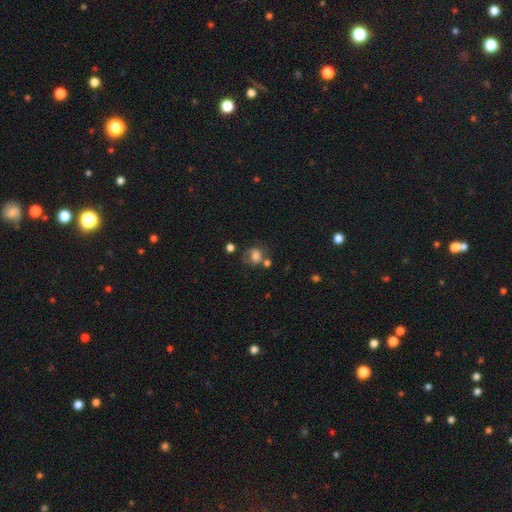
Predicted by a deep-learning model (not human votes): Smooth or featured? Predicted: smooth (p=0.62). How rounded? Predicted: round (p=0.58). Merging? Predicted: none (p=0.43).